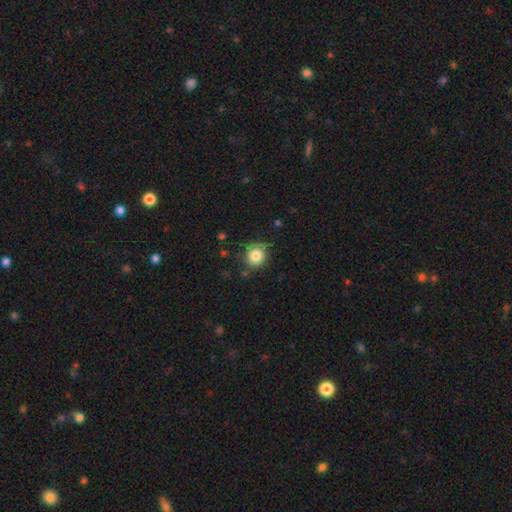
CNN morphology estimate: Q: Smooth or featured?
A: smooth (83%); runner-up: star or artifact (10%)
Q: How rounded?
A: round (84%); runner-up: in between (15%)
Q: Merging?
A: none (77%); runner-up: minor disturbance (17%)